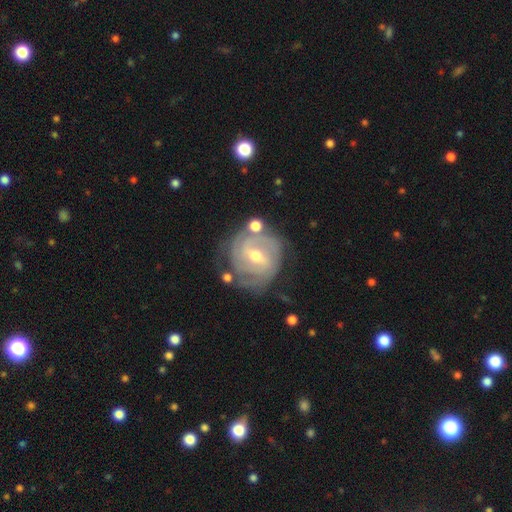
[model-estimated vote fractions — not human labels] smooth-or-featured: featured or disk: 86% | smooth: 8% | star or artifact: 5%
  disk-edge-on: no: 97% | yes: 3%
    bar: weak: 56% | strong: 26% | no: 17%
    has-spiral-arms: yes: 95% | no: 5%
      spiral-winding: tight: 69% | medium: 25% | loose: 5%
      spiral-arm-count: can't tell: 28% | 2: 27% | 3: 25% | 4: 11% | more than 4: 5% | 1: 5%
    bulge-size: moderate: 63% | small: 33% | large: 2% | none: 1% | dominant: 1%
  merging: none: 70% | minor disturbance: 18% | major disturbance: 7% | merger: 5%